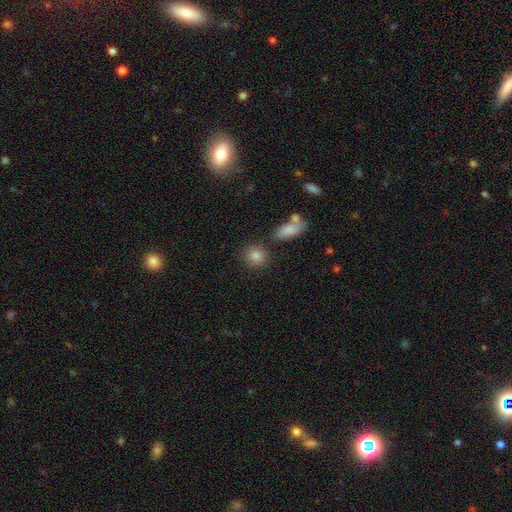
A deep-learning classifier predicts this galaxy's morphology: smooth-or-featured: smooth: 83% | star or artifact: 10% | featured or disk: 7%
  how-rounded: round: 78% | in between: 20% | cigar-shaped: 2%
  merging: none: 78% | minor disturbance: 10% | merger: 8% | major disturbance: 4%